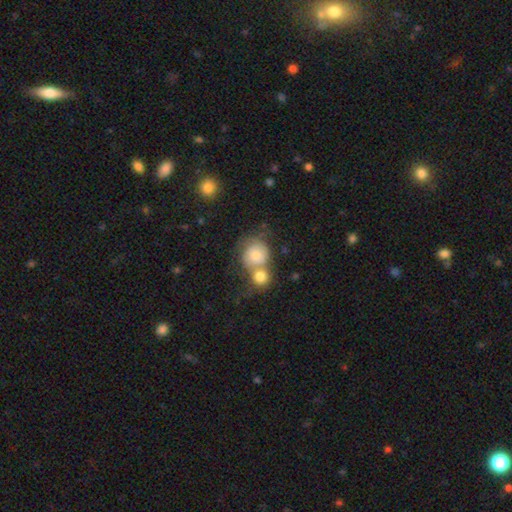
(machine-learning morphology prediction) This is likely a smooth galaxy (67%). How rounded: likely round (80%). Merging: possibly merger (50%).